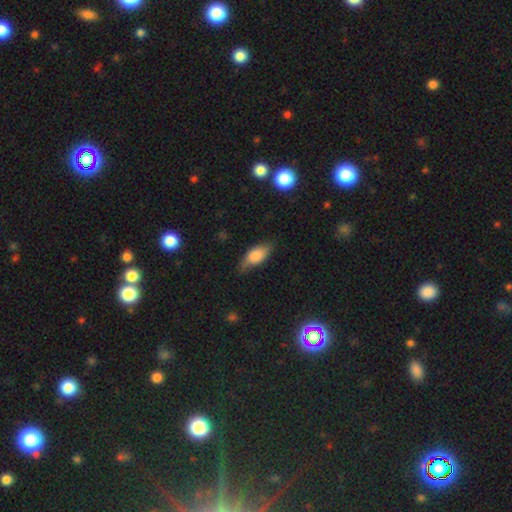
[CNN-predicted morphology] Smooth or featured? Predicted: smooth (p=0.74). How rounded? Predicted: in between (p=0.83). Merging? Predicted: none (p=0.64).